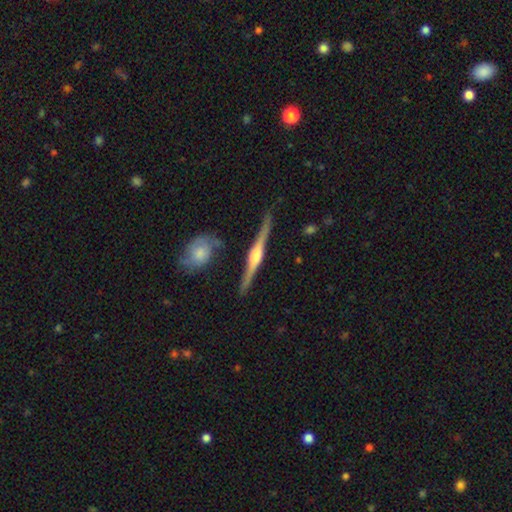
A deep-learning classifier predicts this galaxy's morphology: type=featured or disk (84%); edge-on=yes (98%); edge-on bulge=rounded (86%); merging=none (85%).